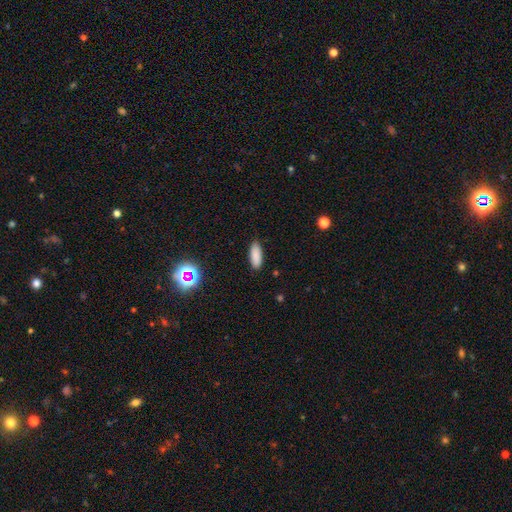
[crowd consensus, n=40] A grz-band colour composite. It shows a smooth galaxy with no disk features (88%) that is in between round and cigar-shaped (77%). Merging: none (91%).